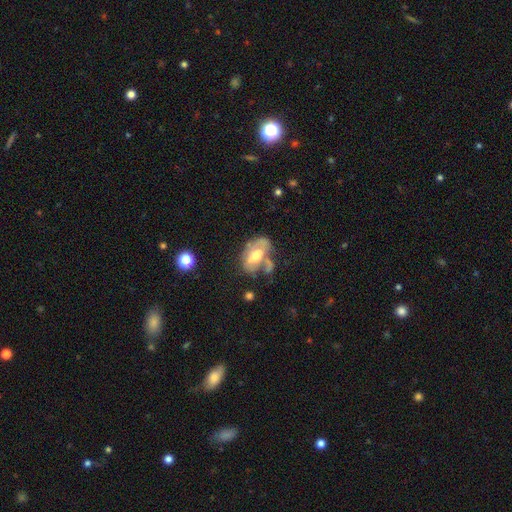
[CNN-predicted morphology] smooth-or-featured: featured or disk: 60% | smooth: 32% | star or artifact: 8%
  disk-edge-on: no: 93% | yes: 7%
    bar: no: 52% | weak: 34% | strong: 14%
    has-spiral-arms: yes: 51% | no: 49%
    bulge-size: moderate: 66% | small: 19% | large: 11% | none: 3% | dominant: 1%
  merging: none: 32% | minor disturbance: 25% | major disturbance: 23% | merger: 20%